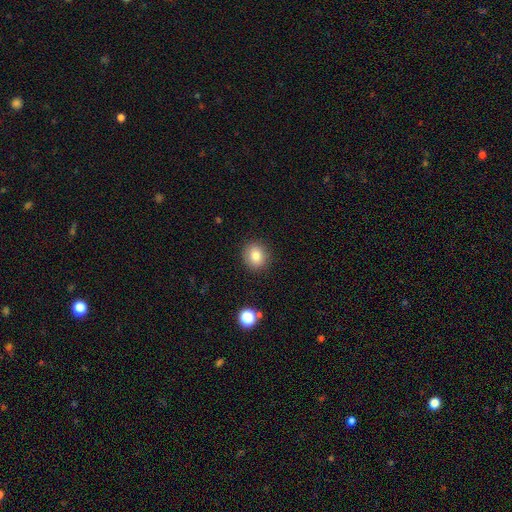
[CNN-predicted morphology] type=smooth (82%); roundness=round (79%); merging=none (89%).